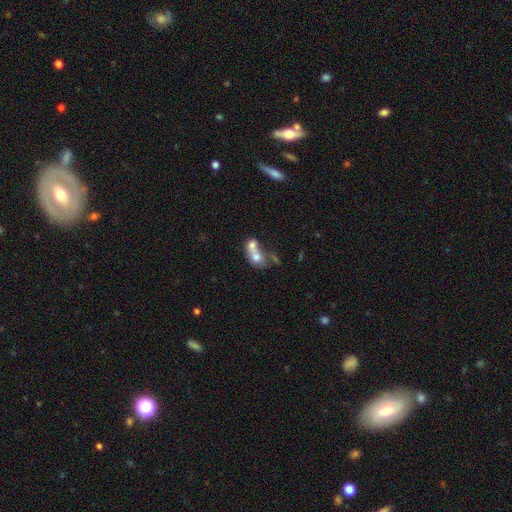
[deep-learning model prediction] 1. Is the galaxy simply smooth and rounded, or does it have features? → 63% smooth, 27% featured or disk, 10% star or artifact.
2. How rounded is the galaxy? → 57% round, 42% in between, 2% cigar-shaped.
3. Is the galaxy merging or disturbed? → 74% merger, 15% none, 6% major disturbance, 5% minor disturbance.